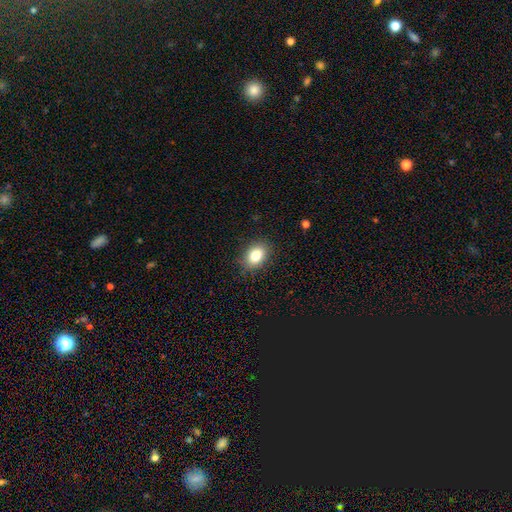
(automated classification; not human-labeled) The model was most divided on "how rounded": in between: 68%, round: 31%, cigar-shaped: 1%. More confident: merging — none (86%); smooth or featured — smooth (82%).